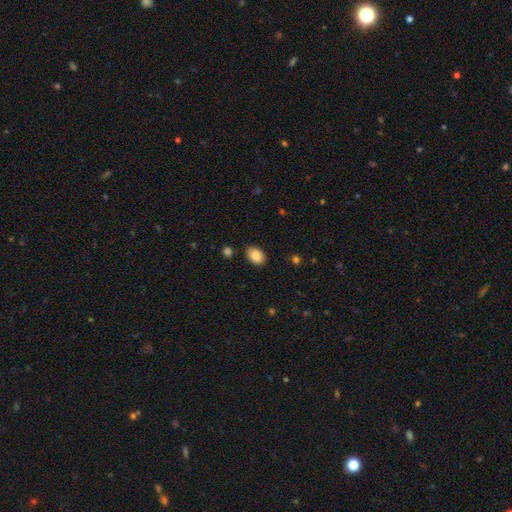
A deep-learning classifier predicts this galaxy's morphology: A smooth galaxy with no disk features (89%) that is in between round and cigar-shaped (80%). Merging: none (85%).